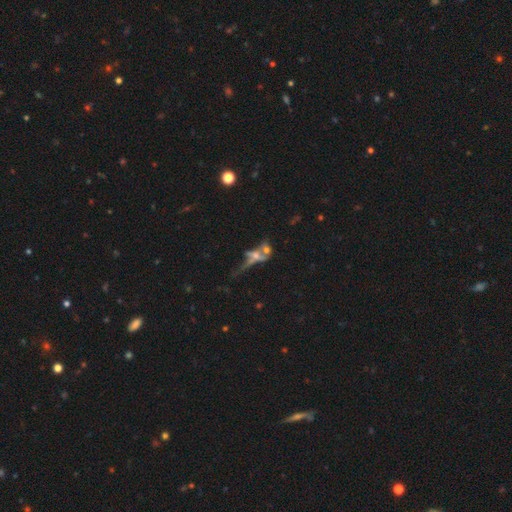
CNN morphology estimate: smooth-or-featured: featured or disk: 48% | smooth: 34% | star or artifact: 18%
  merging: merger: 49% | none: 23% | major disturbance: 18% | minor disturbance: 10%